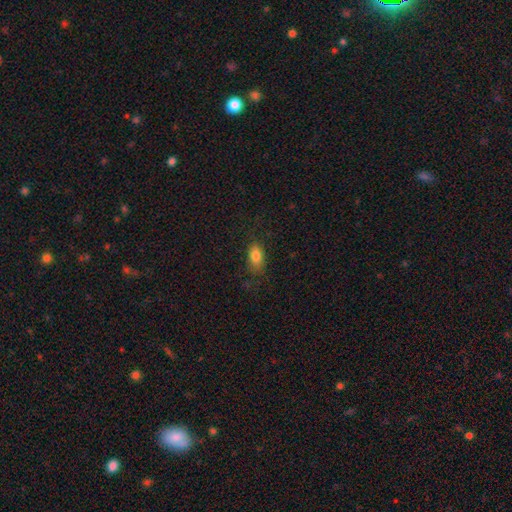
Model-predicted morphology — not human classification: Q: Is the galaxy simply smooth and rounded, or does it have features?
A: smooth — 81%.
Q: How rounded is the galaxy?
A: in between — 86%.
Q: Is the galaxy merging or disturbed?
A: none — 77%.